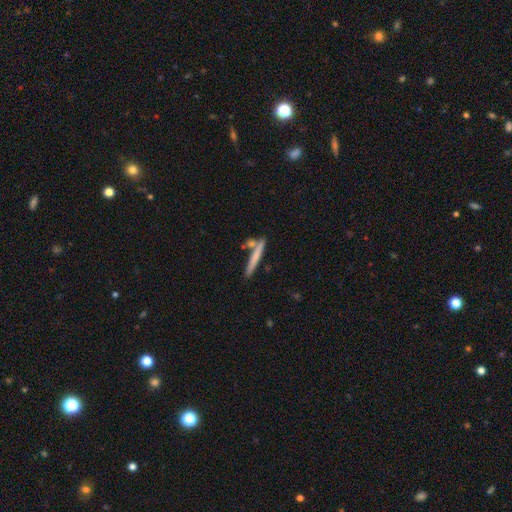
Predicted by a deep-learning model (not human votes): A smooth galaxy with no disk features (65%) that is cigar-shaped (95%).

Vote fractions:
- Smooth or featured? smooth: 65% / featured or disk: 29% / star or artifact: 6%
- How rounded? cigar-shaped: 95% / in between: 4% / round: 2%
- Merging? none: 74% / merger: 13% / minor disturbance: 10% / major disturbance: 3%